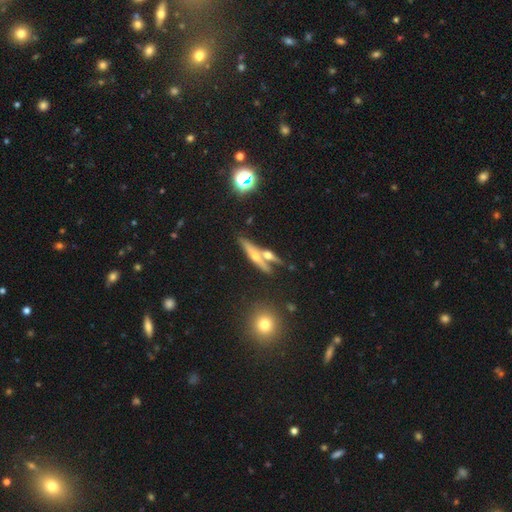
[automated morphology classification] A featured or disk galaxy (66%) viewed edge-on (92%) with a rounded central bulge (90%).

Vote fractions:
- Smooth or featured? featured or disk: 66% / smooth: 23% / star or artifact: 11%
- Edge-on disk? yes: 92% / no: 8%
- Edge-on bulge? rounded: 90% / none: 7% / boxy: 3%
- Merging? none: 64% / merger: 22% / minor disturbance: 10% / major disturbance: 4%